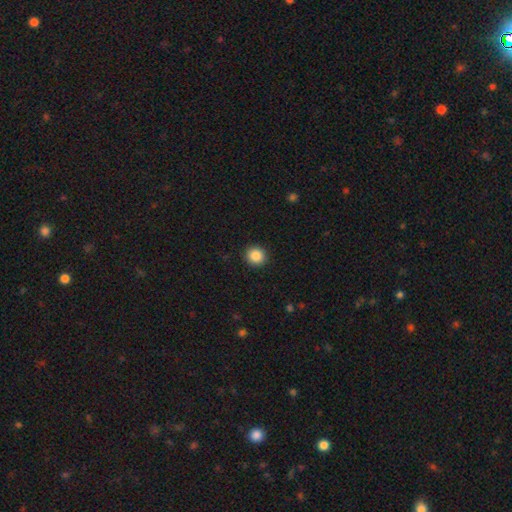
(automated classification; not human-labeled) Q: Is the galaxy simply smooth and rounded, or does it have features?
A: smooth — 86%.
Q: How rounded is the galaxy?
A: round — 91%.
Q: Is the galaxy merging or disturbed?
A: none — 92%.